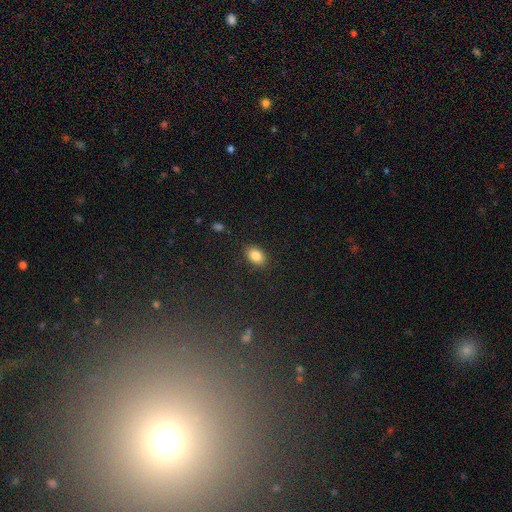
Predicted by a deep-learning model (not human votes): This is clearly a smooth galaxy (84%). How rounded: clearly in between (85%). Merging: clearly none (86%).